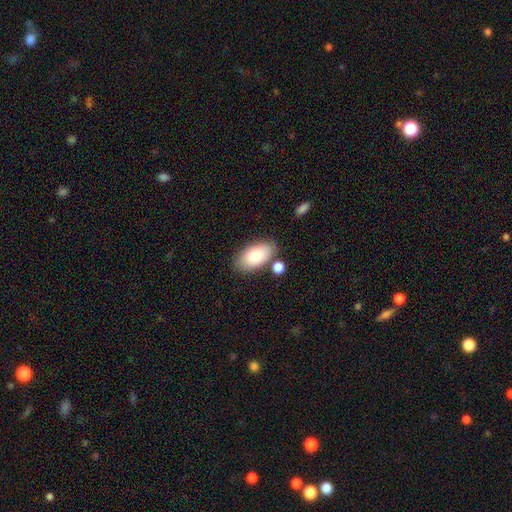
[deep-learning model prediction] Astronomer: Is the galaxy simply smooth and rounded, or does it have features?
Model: smooth — 81%.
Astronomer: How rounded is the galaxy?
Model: in between — 94%.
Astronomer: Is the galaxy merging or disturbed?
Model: none — 77%.